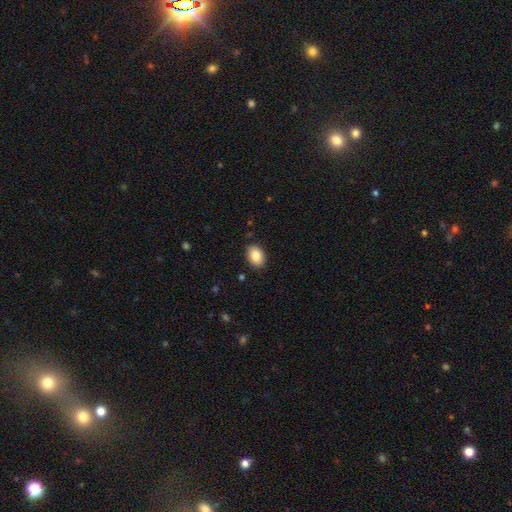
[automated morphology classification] Smooth or featured? smooth (87%)
How rounded? in between (80%)
Merging? none (89%)